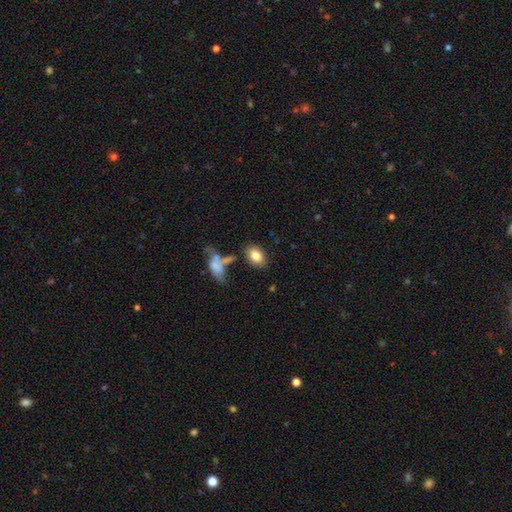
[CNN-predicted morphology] Smooth or featured: smooth — 81% (featured or disk — 11%)
How rounded: in between — 86% (round — 12%)
Merging: none — 73% (minor disturbance — 13%)